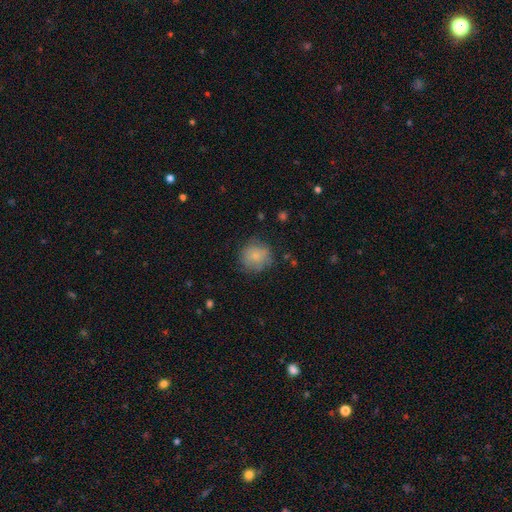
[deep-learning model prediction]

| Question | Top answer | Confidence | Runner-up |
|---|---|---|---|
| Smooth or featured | smooth | 79% | featured or disk (12%) |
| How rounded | round | 88% | in between (11%) |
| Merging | none | 74% | minor disturbance (19%) |